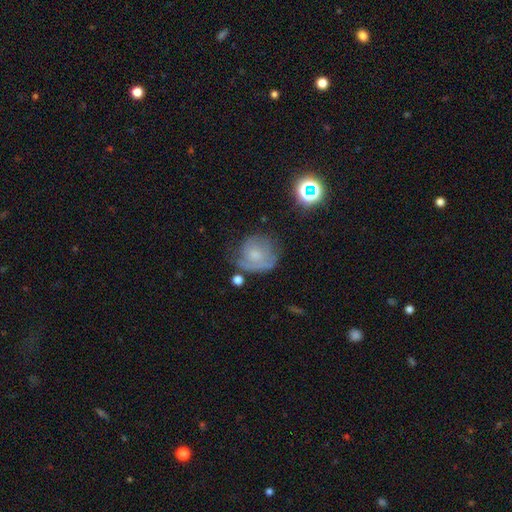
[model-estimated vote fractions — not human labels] Smooth or featured: featured or disk — 46% (smooth — 42%)
Merging: none — 49% (minor disturbance — 27%)